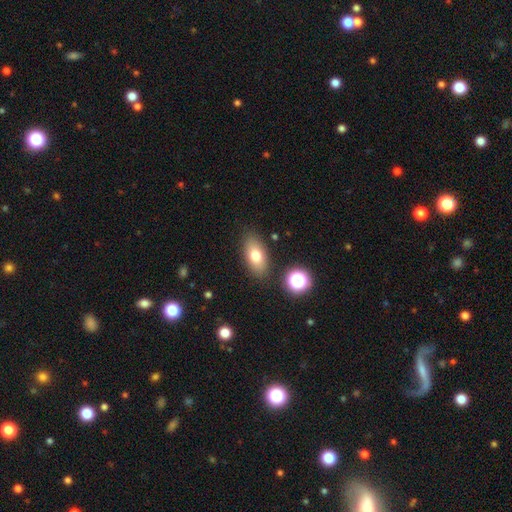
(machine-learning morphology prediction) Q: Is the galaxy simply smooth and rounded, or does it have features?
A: smooth — 75%.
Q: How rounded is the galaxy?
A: in between — 87%.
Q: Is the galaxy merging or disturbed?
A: none — 84%.